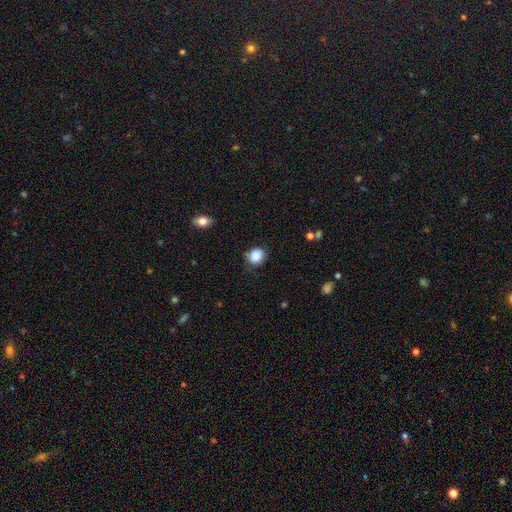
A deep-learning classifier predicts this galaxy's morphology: smooth-or-featured: smooth: 87% | star or artifact: 9% | featured or disk: 5%
  how-rounded: round: 69% | in between: 30% | cigar-shaped: 1%
  merging: none: 67% | minor disturbance: 25% | major disturbance: 6% | merger: 2%